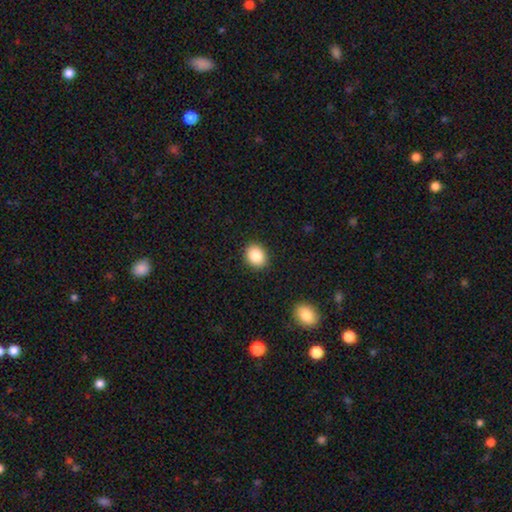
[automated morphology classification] smooth_or_featured: smooth (p=0.85) [alt: star or artifact p=0.09]
how_rounded: round (p=0.51) [alt: in between p=0.48]
merging: none (p=0.90) [alt: minor disturbance p=0.07]